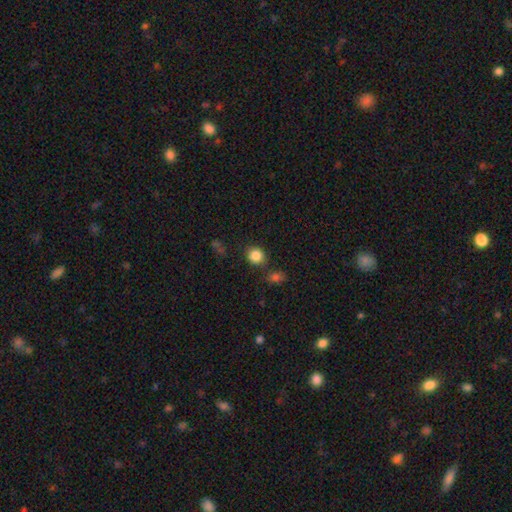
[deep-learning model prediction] smooth 85%, star or artifact 11%, featured or disk 5%. Down the decision tree: how rounded — round (84%); merging — none (79%).